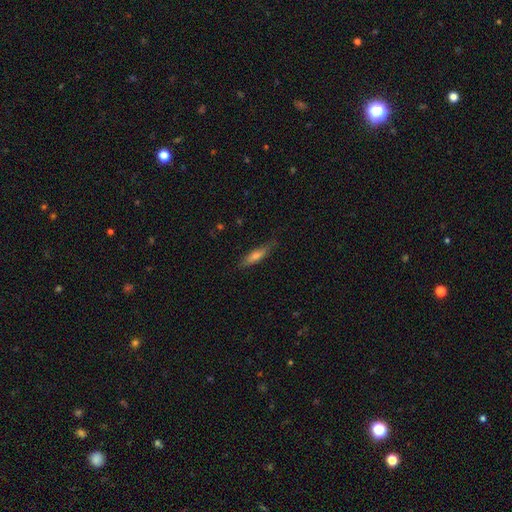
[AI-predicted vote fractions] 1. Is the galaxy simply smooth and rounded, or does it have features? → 59% smooth, 34% featured or disk, 7% star or artifact.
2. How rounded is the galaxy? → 79% cigar-shaped, 19% in between, 2% round.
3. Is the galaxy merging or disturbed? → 80% none, 16% minor disturbance, 3% major disturbance, 1% merger.